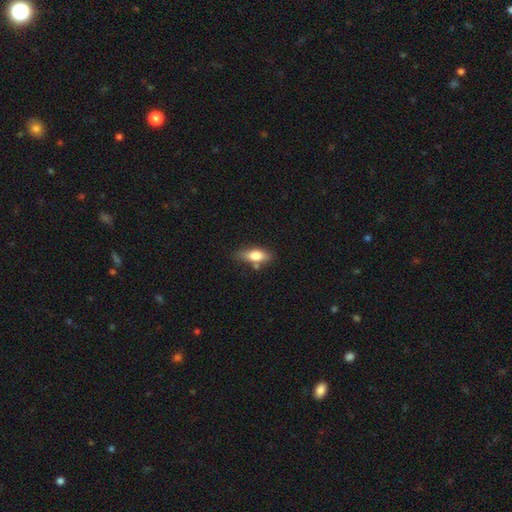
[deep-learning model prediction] A smooth galaxy with no disk features (74%) that is in between round and cigar-shaped (73%).

Vote fractions:
- Smooth or featured? smooth: 74% / featured or disk: 19% / star or artifact: 7%
- How rounded? in between: 73% / cigar-shaped: 23% / round: 4%
- Merging? none: 66% / minor disturbance: 20% / merger: 9% / major disturbance: 5%